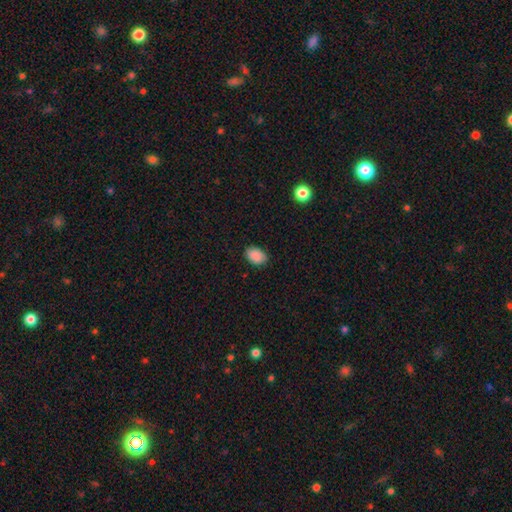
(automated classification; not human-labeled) smooth-or-featured: smooth: 89% | star or artifact: 8% | featured or disk: 3%
  how-rounded: in between: 81% | round: 18% | cigar-shaped: 1%
  merging: none: 84% | minor disturbance: 12% | major disturbance: 2% | merger: 1%